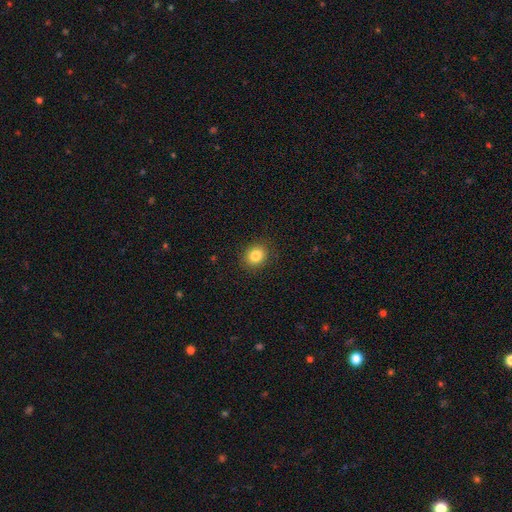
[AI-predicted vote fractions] Q: Smooth or featured?
A: smooth (84%); runner-up: star or artifact (10%)
Q: How rounded?
A: round (69%); runner-up: in between (30%)
Q: Merging?
A: none (89%); runner-up: minor disturbance (8%)